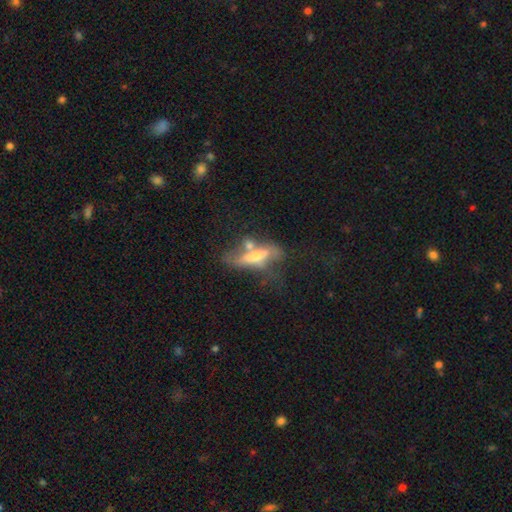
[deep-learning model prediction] featured or disk 53%, smooth 38%, star or artifact 9%. Down the decision tree: edge-on disk — yes (60%); merging — none (35%).